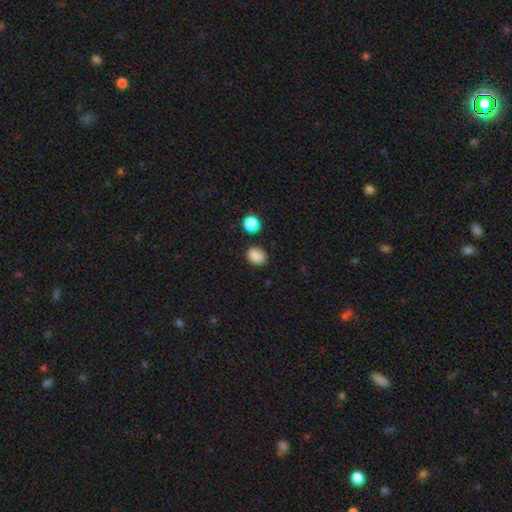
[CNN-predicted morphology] Smooth or featured? smooth (85%)
How rounded? in between (55%)
Merging? none (80%)